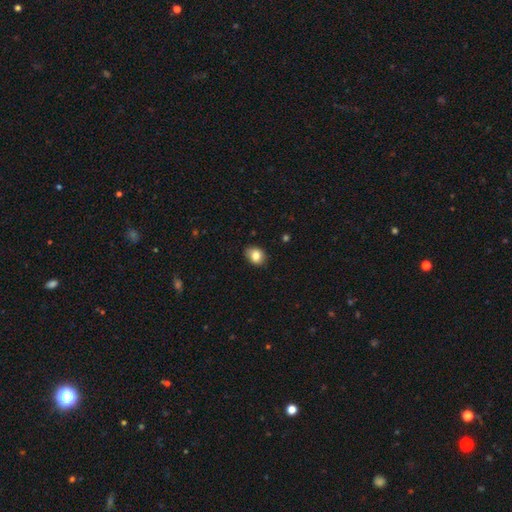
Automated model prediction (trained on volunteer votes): Morphology: type=smooth (83%); roundness=in between (56%); merging=none (80%).